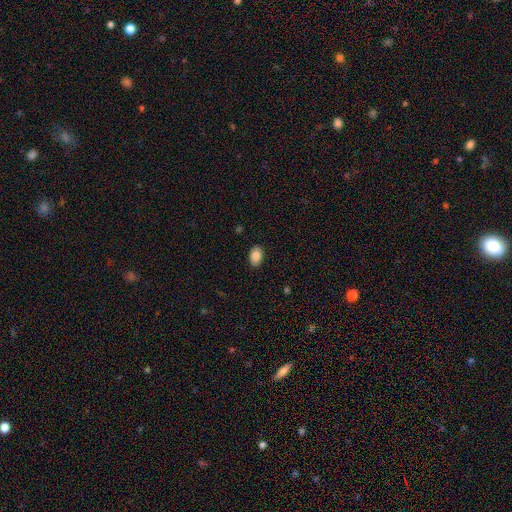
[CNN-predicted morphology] The model was most divided on "smooth or featured": smooth: 85%, featured or disk: 8%, star or artifact: 7%. More confident: how rounded — in between (90%); merging — none (89%).